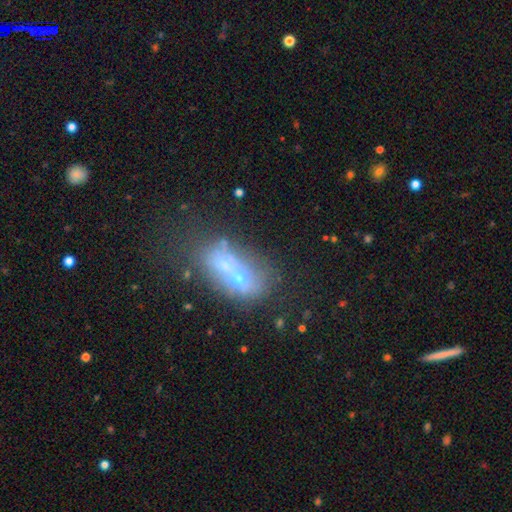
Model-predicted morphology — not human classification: Smooth or featured: smooth — 44% (featured or disk — 36%)
Merging: merger — 51% (none — 26%)